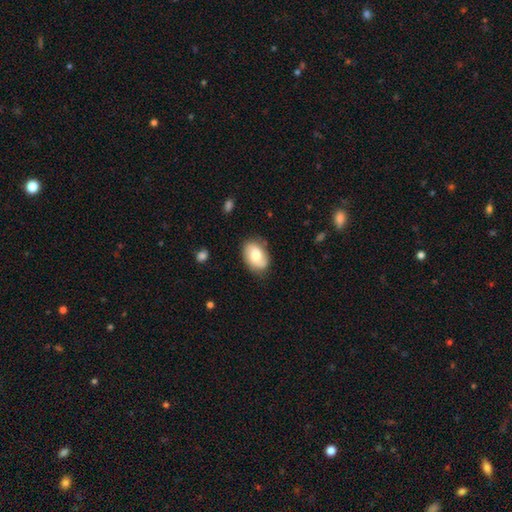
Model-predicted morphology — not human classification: Smooth or featured?
  - smooth: 64% *
  - featured or disk: 29%
  - star or artifact: 7%
How rounded?
  - in between: 85% *
  - round: 14%
  - cigar-shaped: 1%
Merging?
  - none: 77% *
  - minor disturbance: 17%
  - major disturbance: 4%
  - merger: 1%